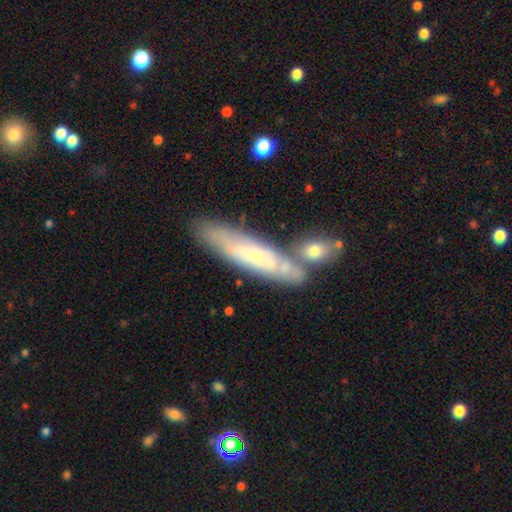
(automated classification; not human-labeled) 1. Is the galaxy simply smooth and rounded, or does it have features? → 49% featured or disk, 44% smooth, 6% star or artifact.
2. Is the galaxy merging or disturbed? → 55% none, 26% merger, 15% minor disturbance, 5% major disturbance.